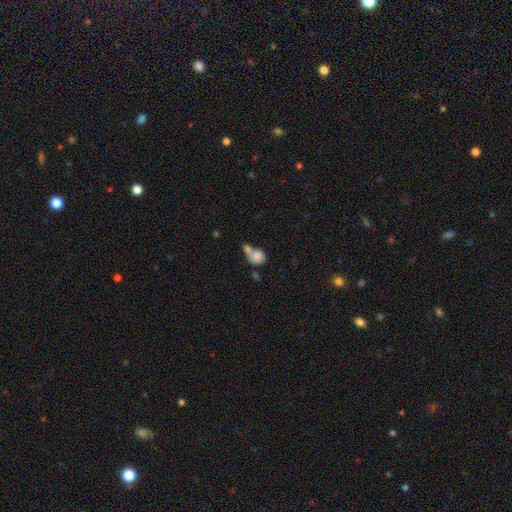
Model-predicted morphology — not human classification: Smooth or featured? Predicted: smooth (p=0.79). How rounded? Predicted: round (p=0.67). Merging? Predicted: merger (p=0.58).